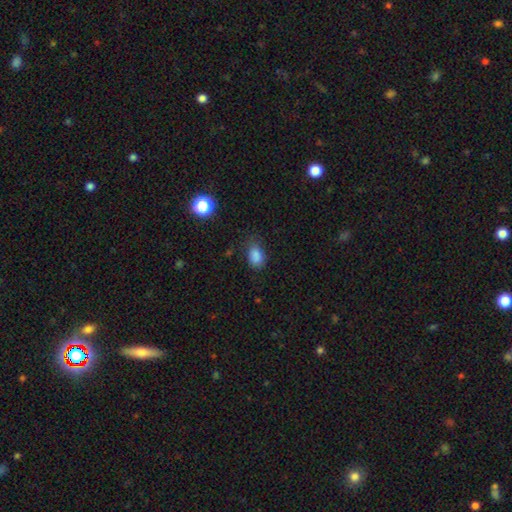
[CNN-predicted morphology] Smooth or featured?
  - smooth: 84% *
  - star or artifact: 11%
  - featured or disk: 5%
How rounded?
  - in between: 83% *
  - round: 15%
  - cigar-shaped: 2%
Merging?
  - none: 67% *
  - minor disturbance: 24%
  - major disturbance: 7%
  - merger: 2%